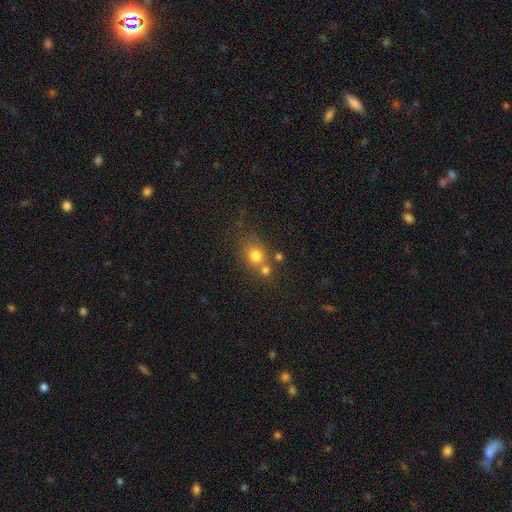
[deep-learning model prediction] Morphology: type=smooth (75%); roundness=round (69%); merging=none (50%).